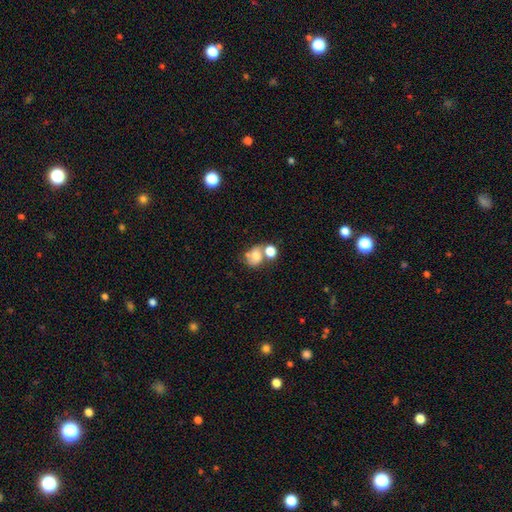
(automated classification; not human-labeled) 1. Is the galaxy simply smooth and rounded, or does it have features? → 63% smooth, 25% featured or disk, 12% star or artifact.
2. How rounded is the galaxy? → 53% round, 46% in between, 1% cigar-shaped.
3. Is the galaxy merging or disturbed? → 48% merger, 30% none, 13% minor disturbance, 9% major disturbance.